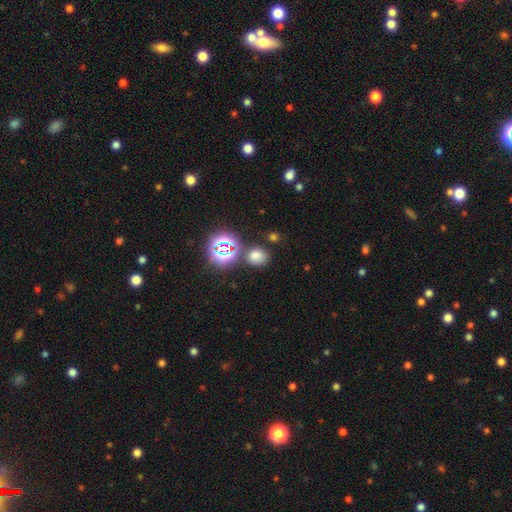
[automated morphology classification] Overall: smooth (66%; star or artifact 27%). How rounded: round (64%; in between 35%). Merging: none (74%).